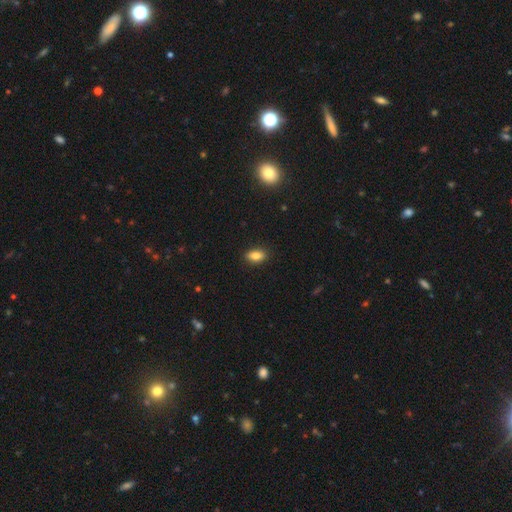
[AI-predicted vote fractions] A smooth galaxy with no disk features (83%) that is in between round and cigar-shaped (87%). Merging: none (89%).